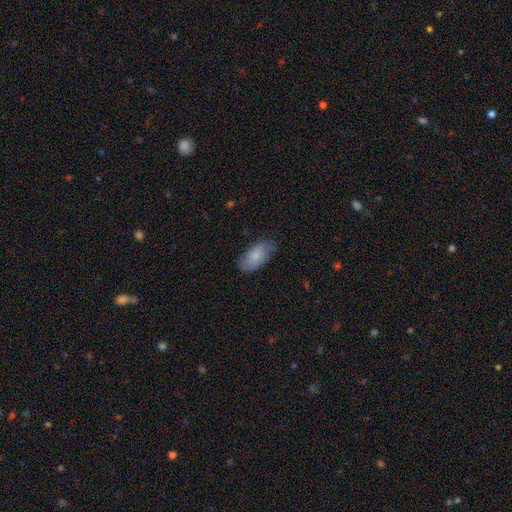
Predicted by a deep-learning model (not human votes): smooth_or_featured: smooth (p=0.69) [alt: featured or disk p=0.25]
how_rounded: in between (p=0.94) [alt: cigar-shaped p=0.03]
merging: none (p=0.73) [alt: minor disturbance p=0.21]